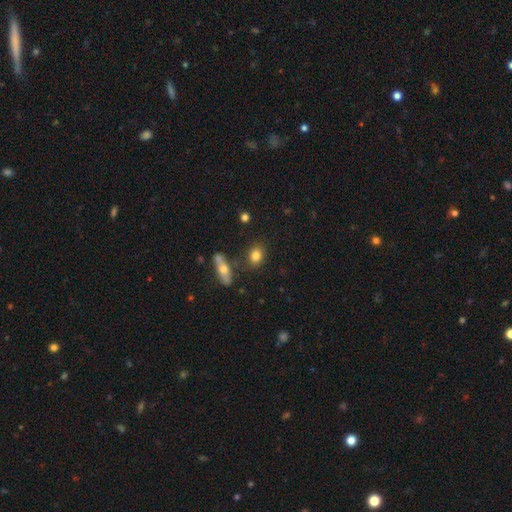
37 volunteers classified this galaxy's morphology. smooth-or-featured: smooth: 86% | star or artifact: 8% | featured or disk: 5%
  how-rounded: in between: 50% | round: 44% | cigar-shaped: 6%
  merging: none: 82% | minor disturbance: 12% | major disturbance: 3% | merger: 3%